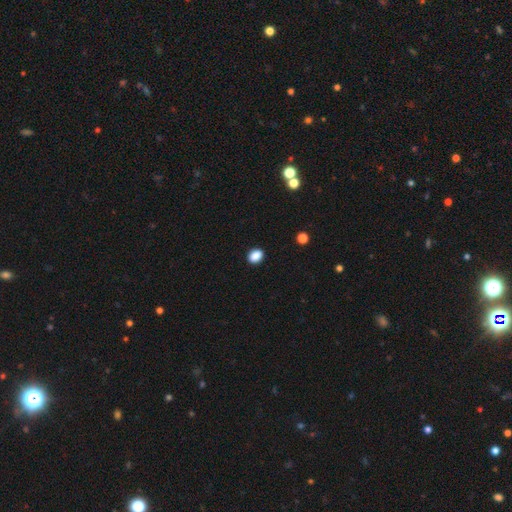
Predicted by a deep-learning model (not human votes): Smooth or featured? smooth (88%)
How rounded? in between (62%)
Merging? none (90%)